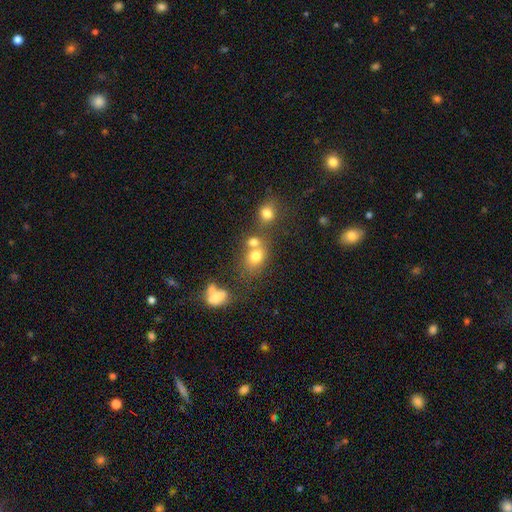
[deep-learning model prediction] The model was most divided on "merging": none: 42%, merger: 40%, minor disturbance: 11%, major disturbance: 6%. More confident: smooth or featured — smooth (73%); how rounded — round (52%).